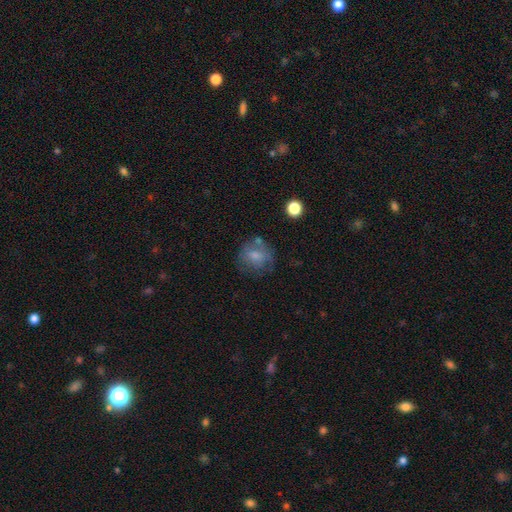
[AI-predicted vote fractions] Morphology: type=smooth (63%); roundness=round (75%); merging=none (54%).